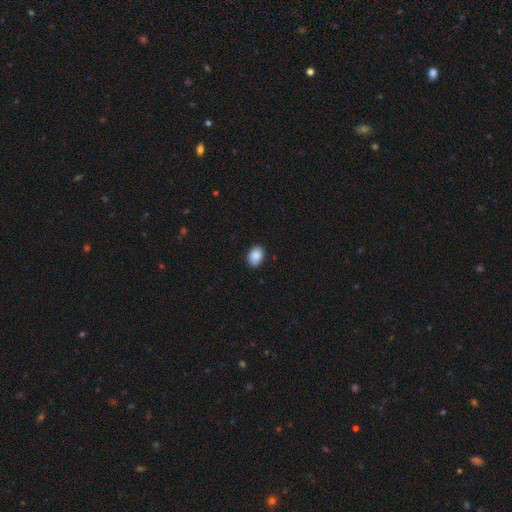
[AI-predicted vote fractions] Q: Smooth or featured?
A: smooth (88%); runner-up: star or artifact (8%)
Q: How rounded?
A: in between (75%); runner-up: round (24%)
Q: Merging?
A: none (81%); runner-up: minor disturbance (15%)